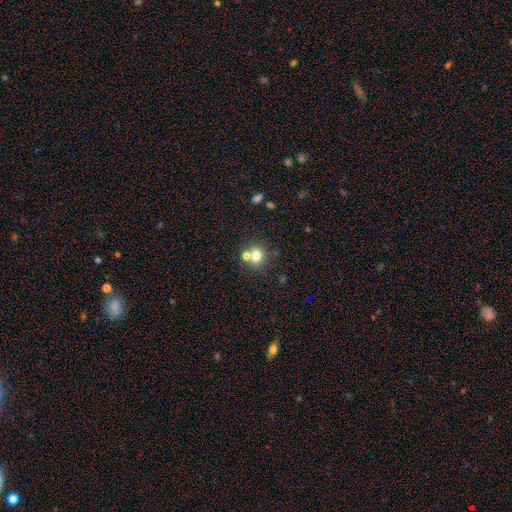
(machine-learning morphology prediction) Q: Smooth or featured?
A: smooth (75%); runner-up: star or artifact (14%)
Q: How rounded?
A: round (72%); runner-up: in between (27%)
Q: Merging?
A: none (57%); runner-up: merger (30%)